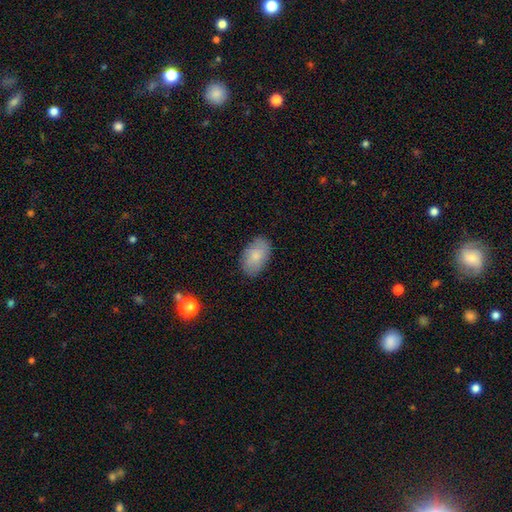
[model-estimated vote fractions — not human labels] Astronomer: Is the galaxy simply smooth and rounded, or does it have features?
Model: smooth — 80%.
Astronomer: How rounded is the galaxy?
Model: in between — 92%.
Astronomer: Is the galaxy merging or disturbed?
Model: none — 84%.